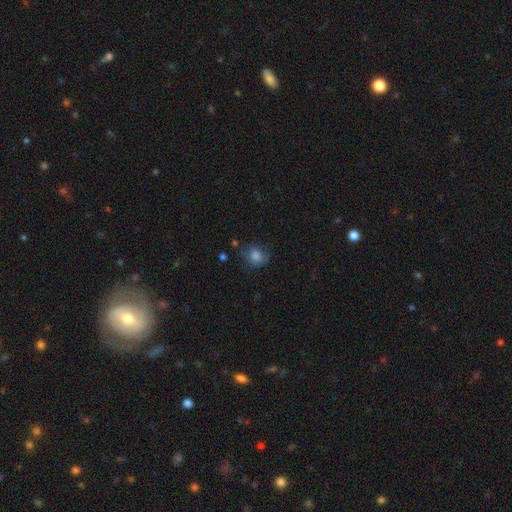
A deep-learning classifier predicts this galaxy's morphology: Q: Smooth or featured?
A: smooth (79%); runner-up: star or artifact (13%)
Q: How rounded?
A: round (64%); runner-up: in between (35%)
Q: Merging?
A: none (67%); runner-up: minor disturbance (23%)